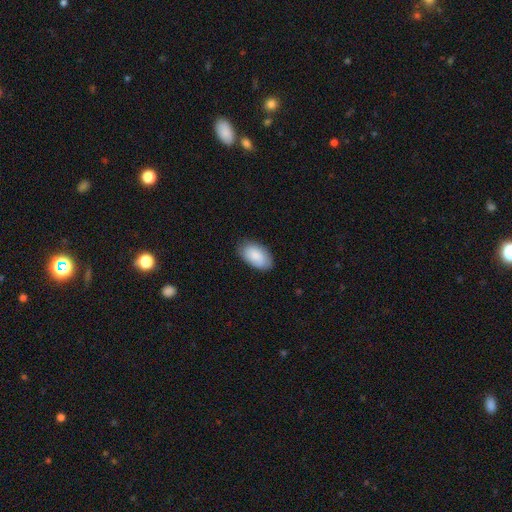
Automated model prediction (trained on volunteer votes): A smooth galaxy with no disk features (87%) that is in between round and cigar-shaped (95%). Merging: none (82%).